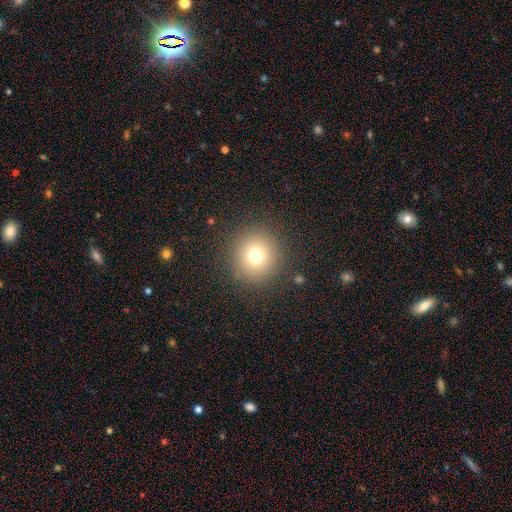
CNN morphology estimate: The model was most divided on "smooth or featured": smooth: 73%, star or artifact: 16%, featured or disk: 11%. More confident: how rounded — round (95%); merging — none (89%).